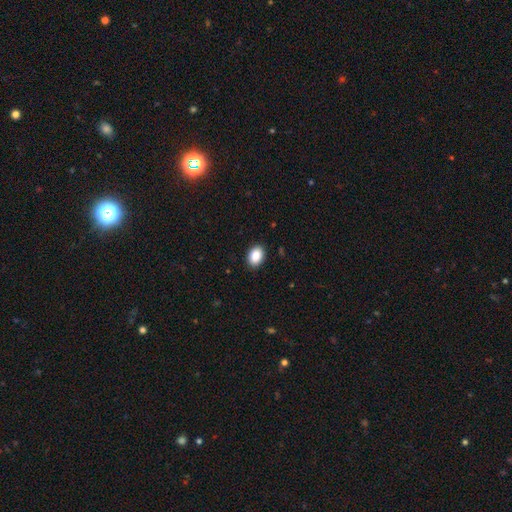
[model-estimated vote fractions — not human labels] Smooth or featured? Predicted: smooth (p=0.89). How rounded? Predicted: in between (p=0.81). Merging? Predicted: none (p=0.90).